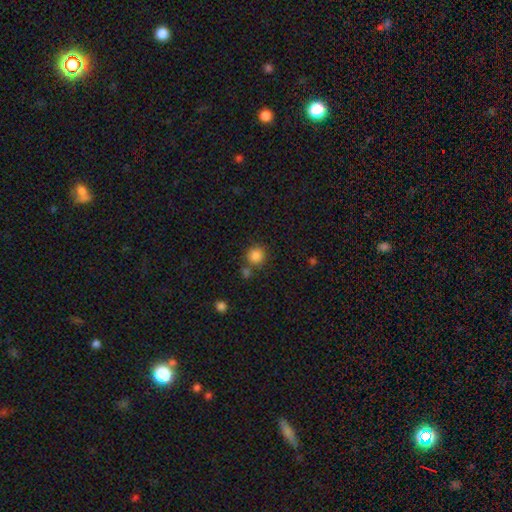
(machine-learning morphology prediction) Overall: smooth (84%). How rounded: round (92%). Merging: none (74%).